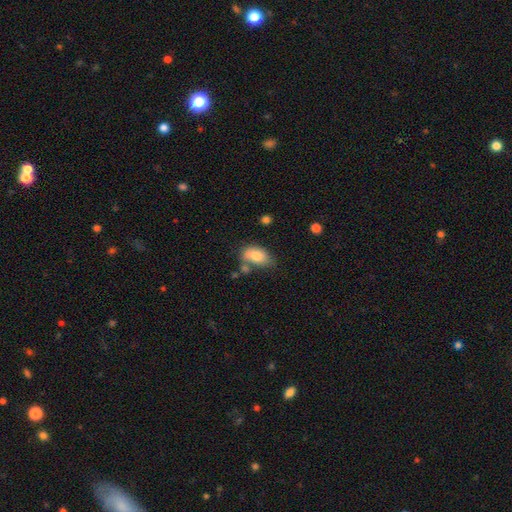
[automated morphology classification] A smooth galaxy with no disk features (80%) that is in between round and cigar-shaped (90%).

Vote fractions:
- Smooth or featured? smooth: 80% / featured or disk: 12% / star or artifact: 8%
- How rounded? in between: 90% / round: 8% / cigar-shaped: 2%
- Merging? none: 46% / minor disturbance: 26% / merger: 18% / major disturbance: 10%